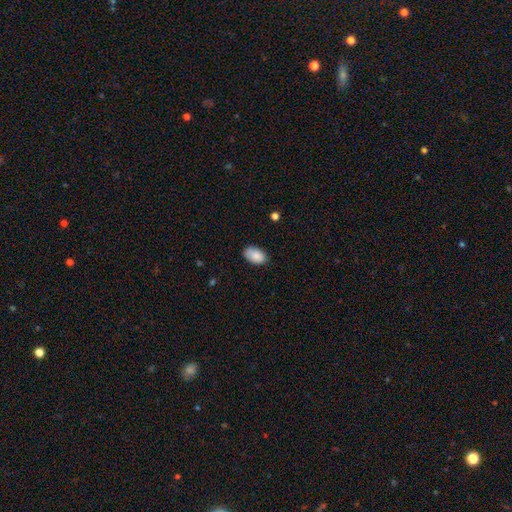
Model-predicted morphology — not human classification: type=smooth (87%); roundness=in between (93%); merging=none (80%).